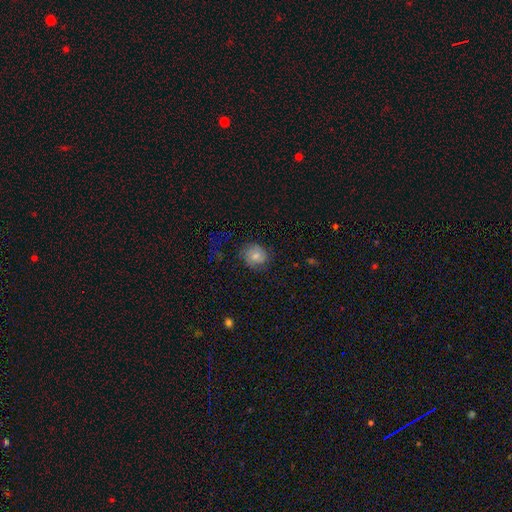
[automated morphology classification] Smooth or featured? Predicted: smooth (p=0.59). How rounded? Predicted: round (p=0.70). Merging? Predicted: none (p=0.61).